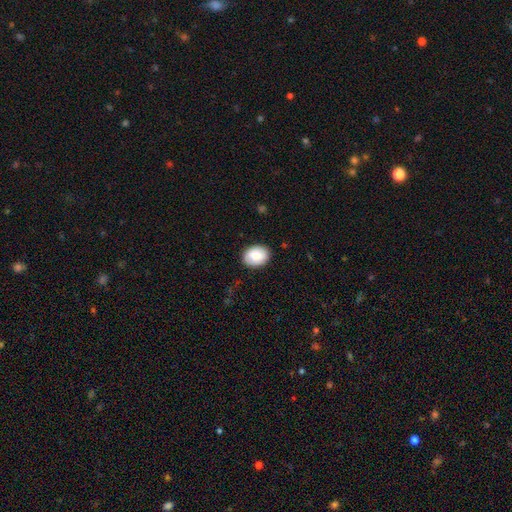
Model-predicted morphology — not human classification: The model was most divided on "how rounded": in between: 69%, round: 30%, cigar-shaped: 1%. More confident: merging — none (87%); smooth or featured — smooth (86%).